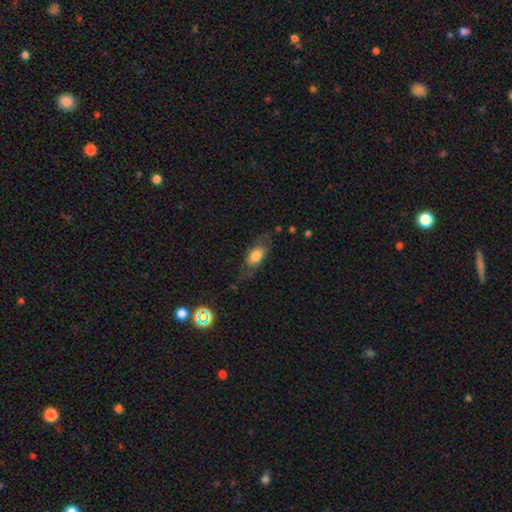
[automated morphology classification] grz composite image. It shows a smooth galaxy with no disk features (60%) that is in between round and cigar-shaped (80%). Merging: none (60%).